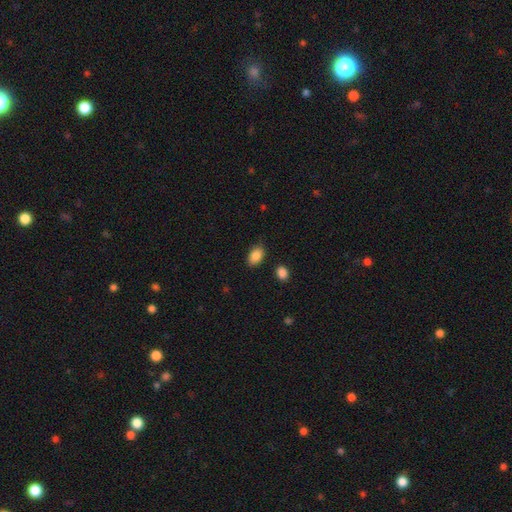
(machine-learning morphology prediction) A smooth galaxy with no disk features (87%) that is in between round and cigar-shaped (89%).

Vote fractions:
- Smooth or featured? smooth: 87% / star or artifact: 8% / featured or disk: 5%
- How rounded? in between: 89% / round: 10% / cigar-shaped: 1%
- Merging? none: 82% / minor disturbance: 13% / major disturbance: 3% / merger: 3%